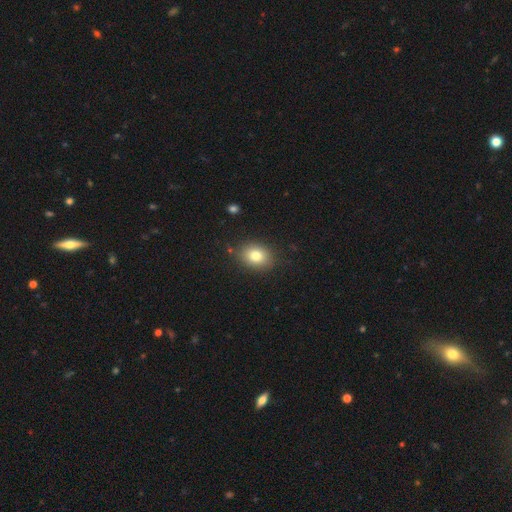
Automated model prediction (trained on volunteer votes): smooth-or-featured: smooth: 80% | star or artifact: 10% | featured or disk: 10%
  how-rounded: in between: 56% | round: 43% | cigar-shaped: 1%
  merging: none: 84% | minor disturbance: 11% | major disturbance: 3% | merger: 2%